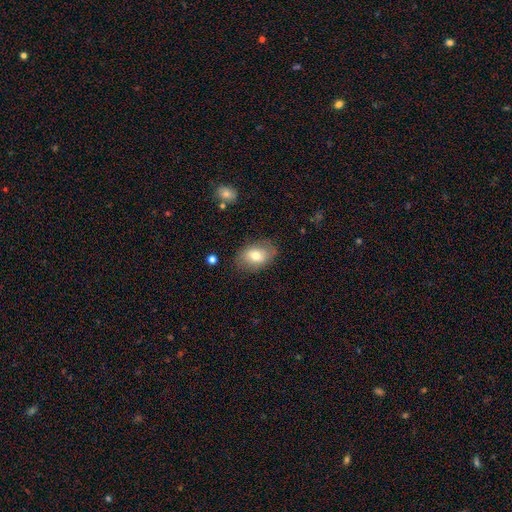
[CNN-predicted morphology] A smooth galaxy with no disk features (71%) that is in between round and cigar-shaped (83%).

Vote fractions:
- Smooth or featured? smooth: 71% / featured or disk: 21% / star or artifact: 8%
- How rounded? in between: 83% / round: 16% / cigar-shaped: 1%
- Merging? none: 79% / minor disturbance: 15% / major disturbance: 5% / merger: 1%